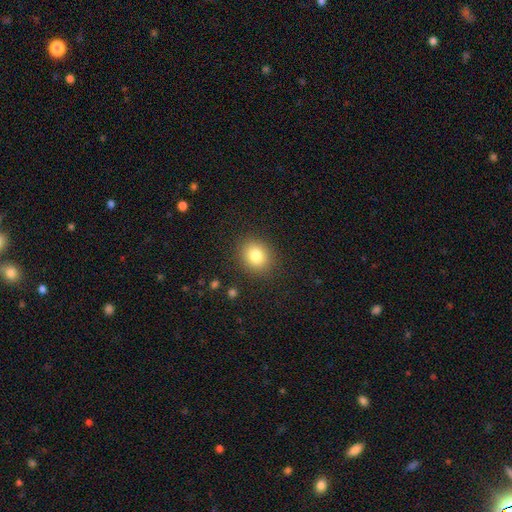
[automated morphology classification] Smooth or featured? smooth (81%)
How rounded? round (70%)
Merging? none (88%)